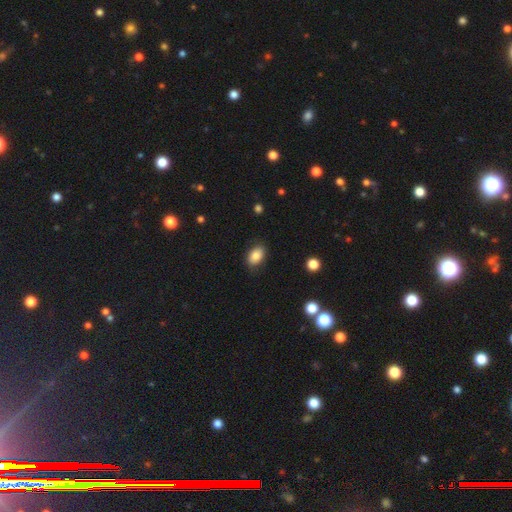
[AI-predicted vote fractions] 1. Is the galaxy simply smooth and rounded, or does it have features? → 85% smooth, 8% star or artifact, 7% featured or disk.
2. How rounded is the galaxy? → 86% in between, 12% round, 1% cigar-shaped.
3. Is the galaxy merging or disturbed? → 83% none, 13% minor disturbance, 3% major disturbance, 1% merger.